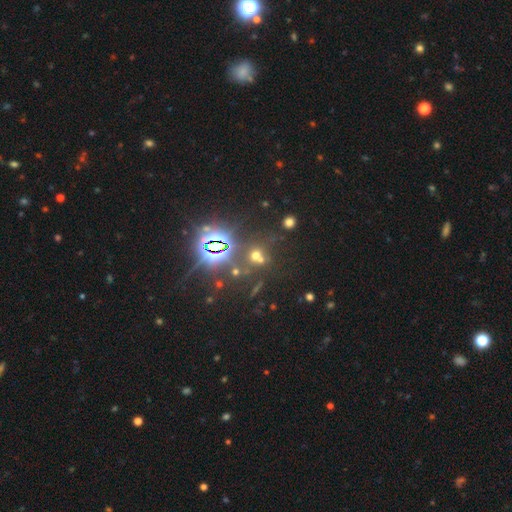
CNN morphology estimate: Q: Smooth or featured?
A: star or artifact (47%); runner-up: smooth (41%)